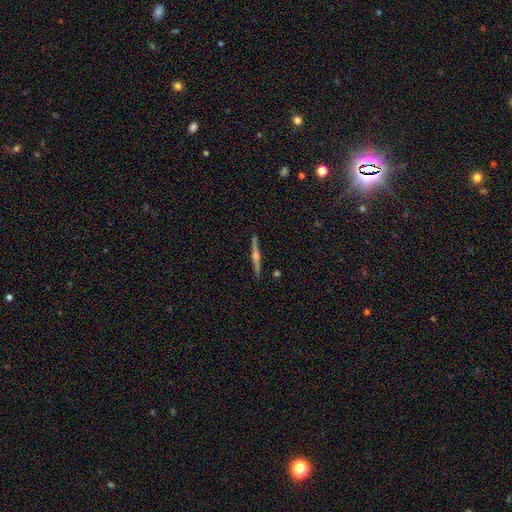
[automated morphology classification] A featured or disk galaxy (79%) viewed edge-on (98%) with a rounded central bulge (87%). Merging: none (92%).